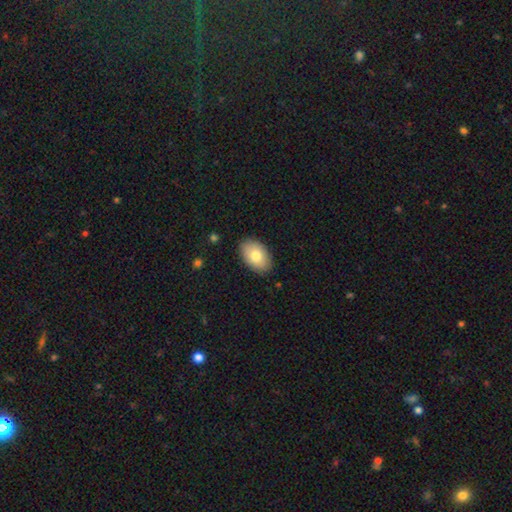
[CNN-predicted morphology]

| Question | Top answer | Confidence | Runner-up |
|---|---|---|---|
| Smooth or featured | smooth | 79% | featured or disk (15%) |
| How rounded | in between | 92% | round (7%) |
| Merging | none | 87% | minor disturbance (10%) |